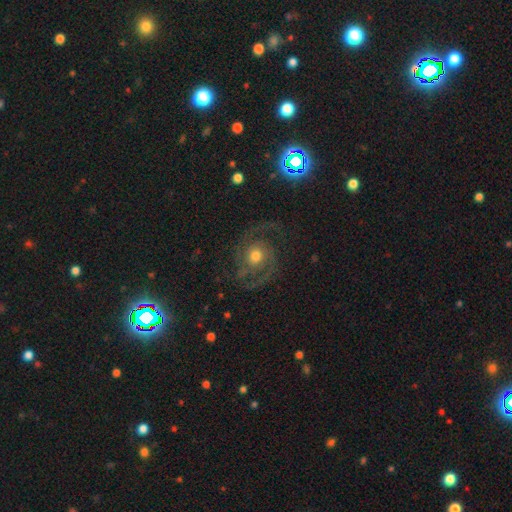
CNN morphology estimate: This appears to be a featured or disk galaxy (86%) with no bar (76%), 2 (70%) medium (53%) spiral arms (96%) and a moderate central bulge (69%). Merging: none (70%).